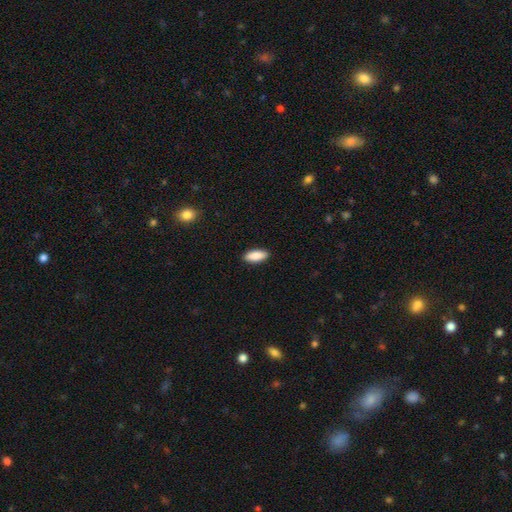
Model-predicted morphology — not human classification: smooth 89%, star or artifact 6%, featured or disk 5%. Down the decision tree: how rounded — in between (82%); merging — none (90%).